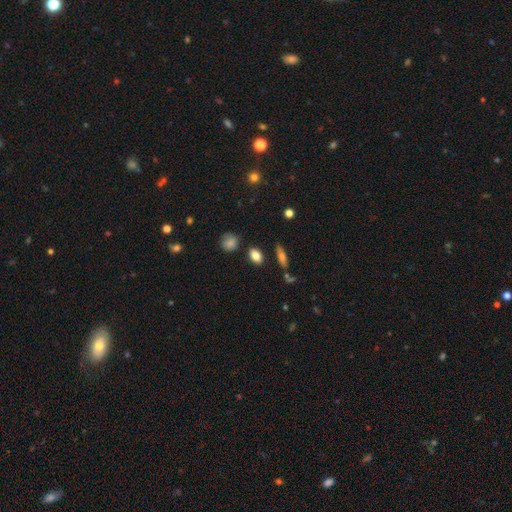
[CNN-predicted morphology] Smooth or featured? Predicted: smooth (p=0.82). How rounded? Predicted: in between (p=0.79). Merging? Predicted: none (p=0.83).